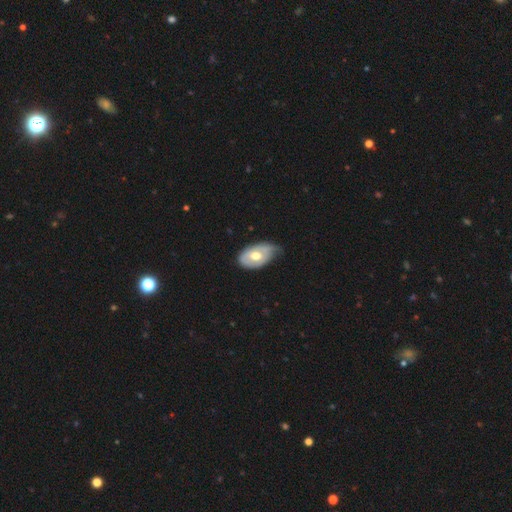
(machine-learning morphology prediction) The model was most divided on "smooth or featured": featured or disk: 48%, smooth: 47%, star or artifact: 5%. Remaining: merging — minor disturbance (46%).